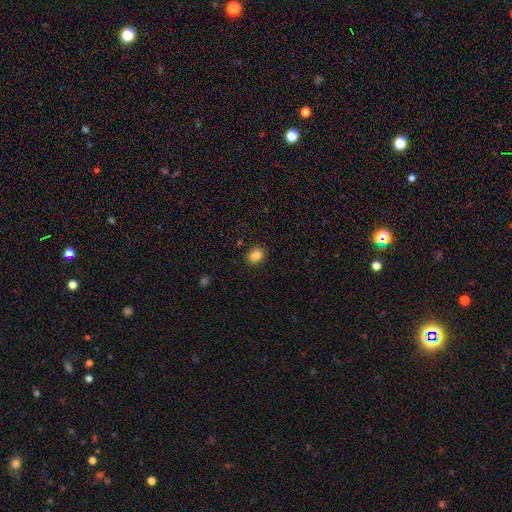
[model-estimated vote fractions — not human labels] Overall: smooth (86%). How rounded: in between (59%; round 40%). Merging: none (88%).